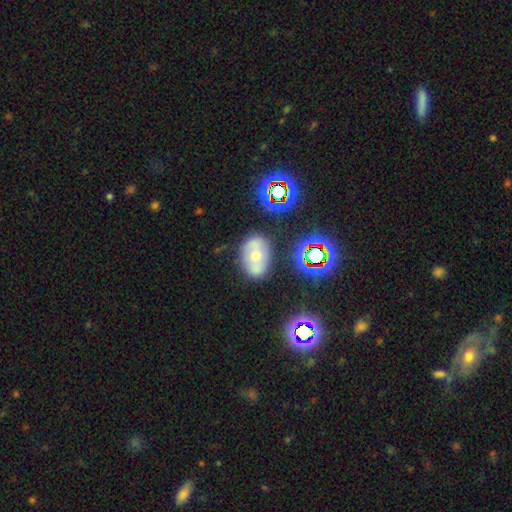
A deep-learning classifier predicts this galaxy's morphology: This appears to be a smooth galaxy with no disk features (45%). Merging: none (76%).